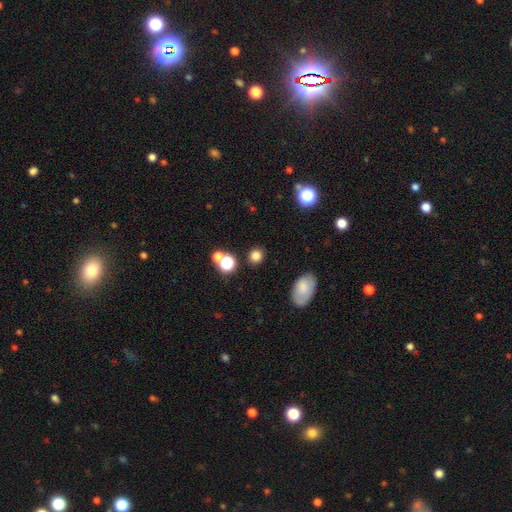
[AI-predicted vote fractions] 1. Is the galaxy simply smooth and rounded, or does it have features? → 79% smooth, 15% star or artifact, 6% featured or disk.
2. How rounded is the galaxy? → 84% round, 15% in between, 1% cigar-shaped.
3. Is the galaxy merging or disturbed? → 84% none, 8% minor disturbance, 5% merger, 3% major disturbance.